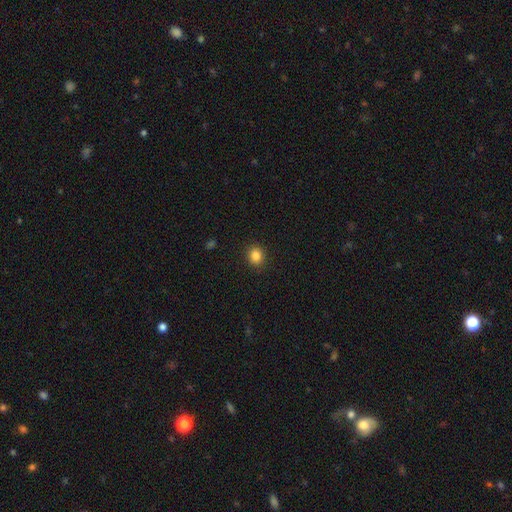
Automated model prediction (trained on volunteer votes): Smooth or featured: smooth — 85% (star or artifact — 11%)
How rounded: round — 75% (in between — 24%)
Merging: none — 90% (minor disturbance — 7%)